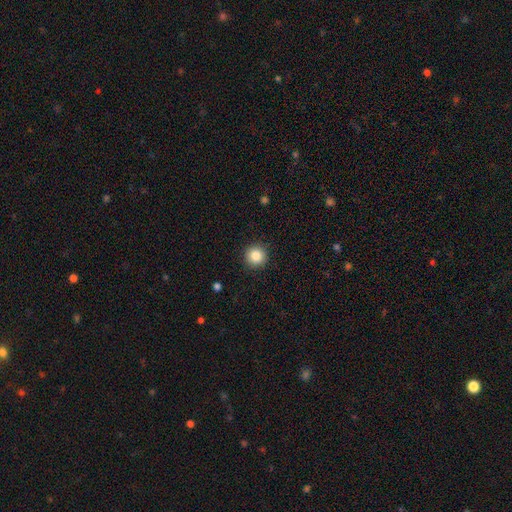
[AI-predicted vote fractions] Q: Smooth or featured?
A: smooth (85%); runner-up: star or artifact (10%)
Q: How rounded?
A: round (95%); runner-up: in between (4%)
Q: Merging?
A: none (91%); runner-up: minor disturbance (6%)